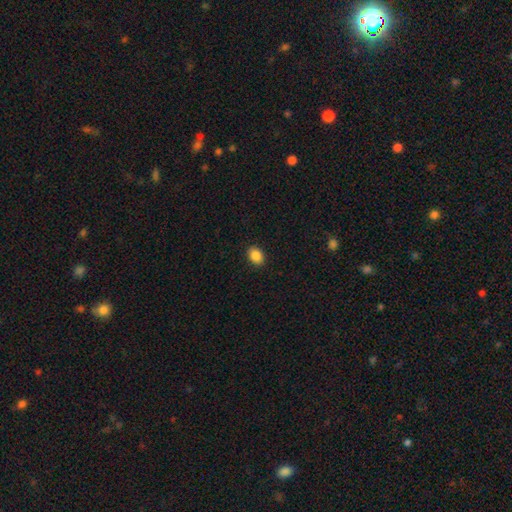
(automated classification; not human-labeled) Smooth or featured? smooth (88%)
How rounded? in between (67%)
Merging? none (90%)